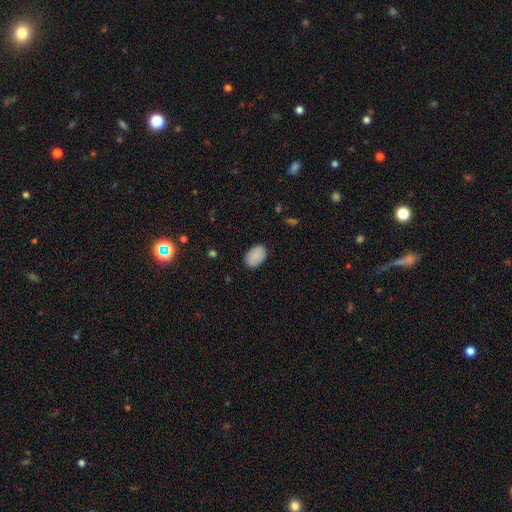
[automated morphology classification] Smooth or featured?
  - smooth: 89% *
  - star or artifact: 7%
  - featured or disk: 5%
How rounded?
  - in between: 89% *
  - round: 10%
  - cigar-shaped: 1%
Merging?
  - none: 87% *
  - minor disturbance: 10%
  - major disturbance: 2%
  - merger: 1%